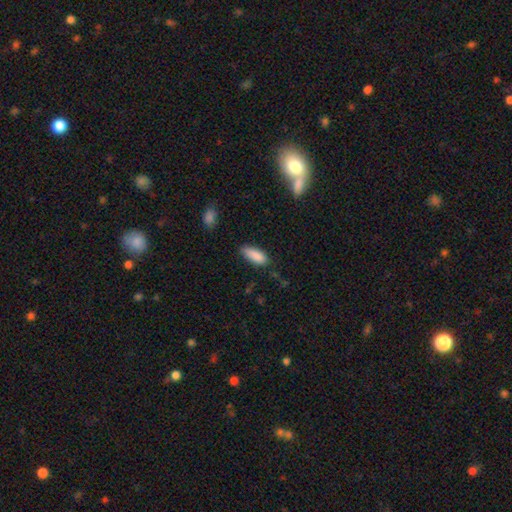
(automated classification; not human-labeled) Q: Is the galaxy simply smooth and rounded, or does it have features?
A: smooth — 88%.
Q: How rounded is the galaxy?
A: in between — 76%.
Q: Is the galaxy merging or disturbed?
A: none — 72%.